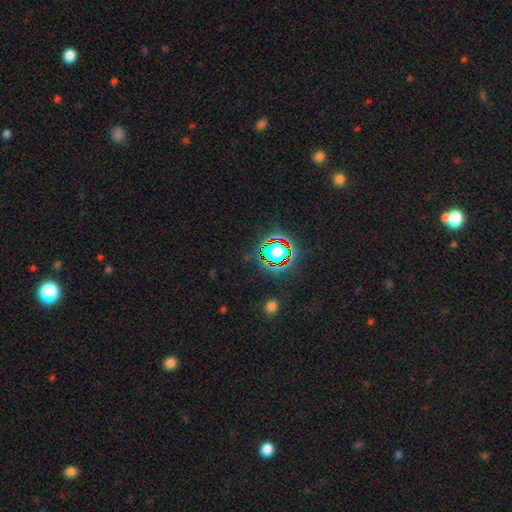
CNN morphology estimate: The model was most divided on "smooth or featured": star or artifact: 76%, smooth: 15%, featured or disk: 8%.